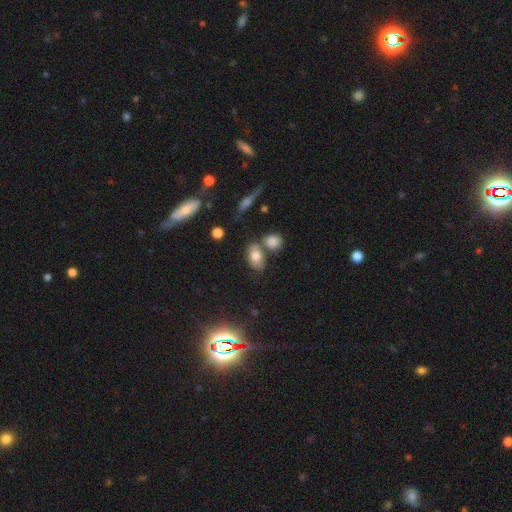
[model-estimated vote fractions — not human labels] This appears to be a smooth galaxy with no disk features (74%) that is in between round and cigar-shaped (86%). Merging: none (59%).